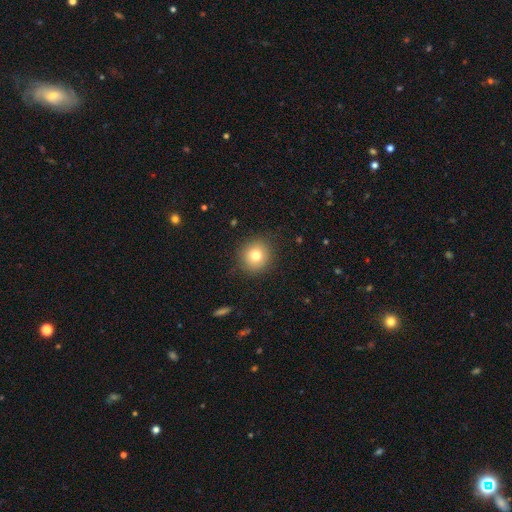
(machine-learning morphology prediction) smooth 78%, star or artifact 12%, featured or disk 10%. Down the decision tree: how rounded — round (90%); merging — none (89%).